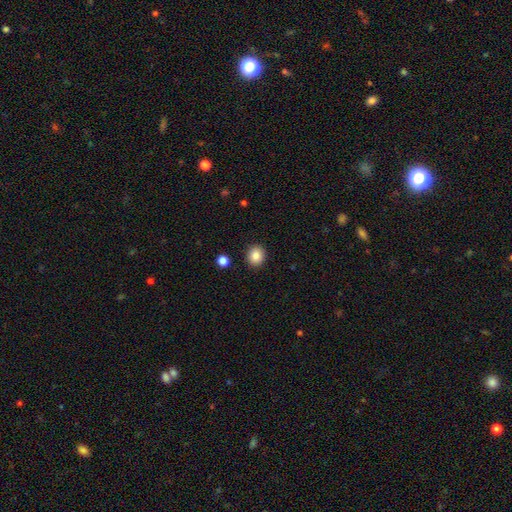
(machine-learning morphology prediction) Q: Smooth or featured?
A: smooth (86%); runner-up: star or artifact (9%)
Q: How rounded?
A: round (78%); runner-up: in between (21%)
Q: Merging?
A: none (91%); runner-up: minor disturbance (6%)